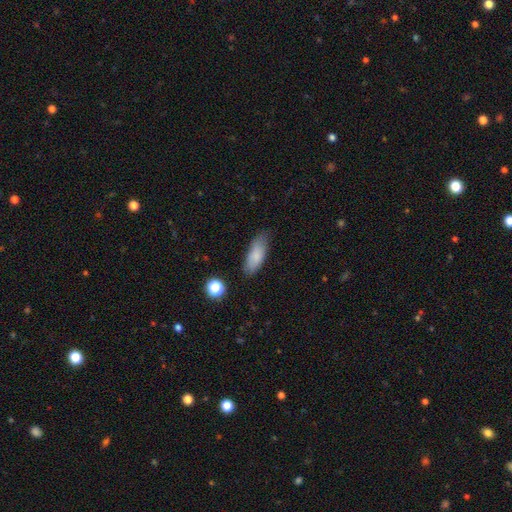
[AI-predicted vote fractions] Smooth or featured: smooth — 83% (featured or disk — 10%)
How rounded: in between — 73% (cigar-shaped — 25%)
Merging: none — 75% (minor disturbance — 19%)